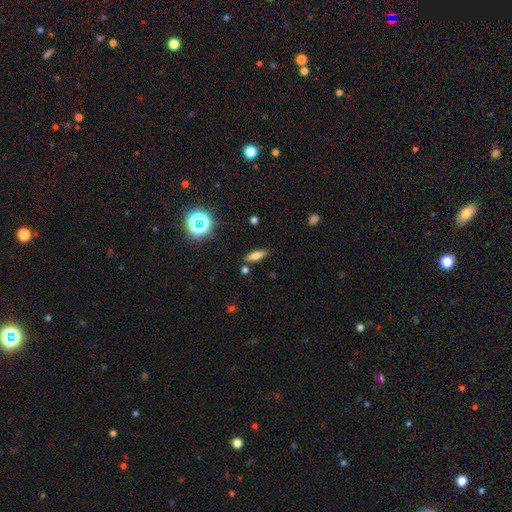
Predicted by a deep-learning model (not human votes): The model was most divided on "how rounded": in between: 48%, cigar-shaped: 47%, round: 5%. More confident: merging — none (83%); smooth or featured — smooth (62%).